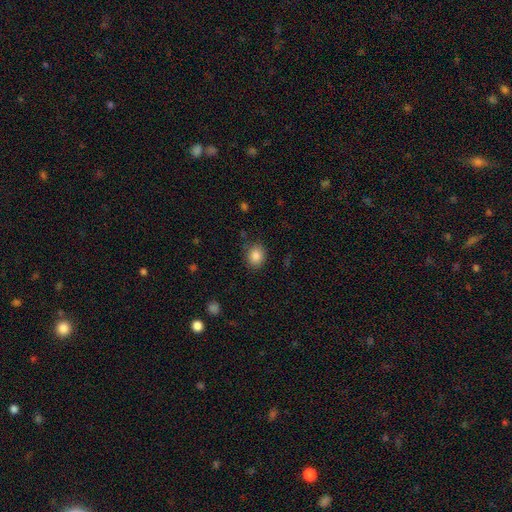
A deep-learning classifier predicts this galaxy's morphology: The model was most divided on "how rounded": round: 65%, in between: 35%, cigar-shaped: 1%. More confident: smooth or featured — smooth (86%); merging — none (83%).